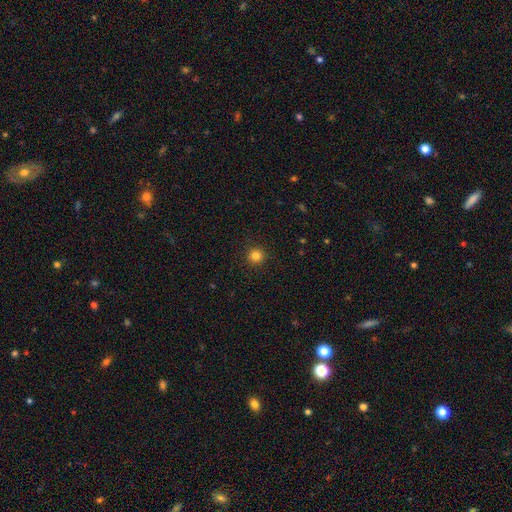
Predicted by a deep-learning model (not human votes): The model was most divided on "smooth or featured": smooth: 82%, star or artifact: 13%, featured or disk: 5%. More confident: how rounded — round (95%); merging — none (92%).